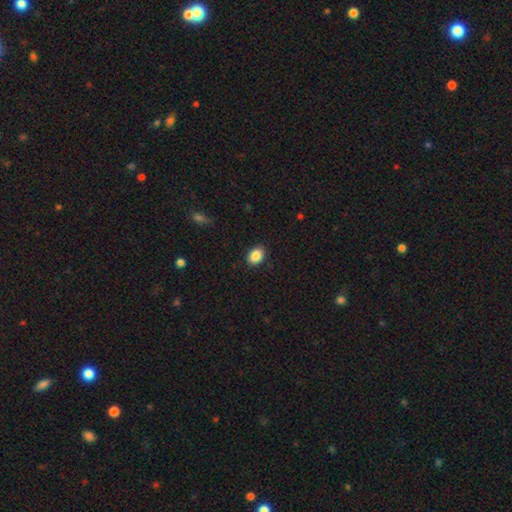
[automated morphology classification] This is clearly a smooth galaxy (87%). How rounded: likely in between (71%). Merging: clearly none (88%).